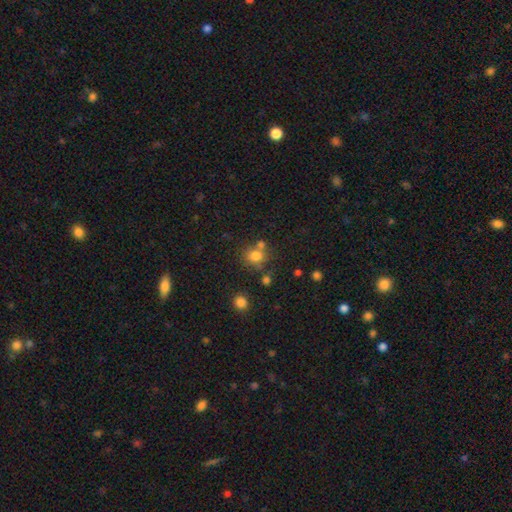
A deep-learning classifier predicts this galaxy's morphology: This appears to be a smooth galaxy with no disk features (78%) that is round (77%). Merging: none (60%).